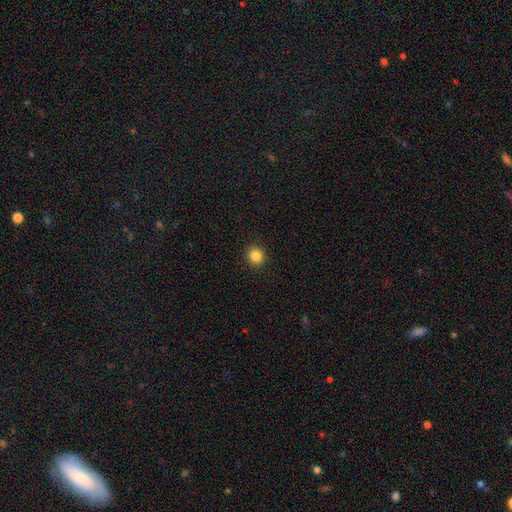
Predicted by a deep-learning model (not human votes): Smooth or featured?
  - smooth: 85% *
  - star or artifact: 11%
  - featured or disk: 4%
How rounded?
  - round: 91% *
  - in between: 8%
  - cigar-shaped: 1%
Merging?
  - none: 93% *
  - minor disturbance: 5%
  - major disturbance: 2%
  - merger: 1%